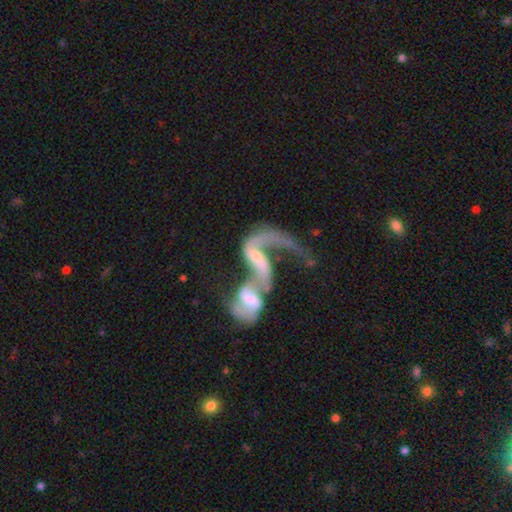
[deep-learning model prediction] Morphology: type=featured or disk (75%); edge-on=no (95%); bar=no (42%); spiral arms=yes (77%); winding=loose (83%); arm count=2 (46%); bulge=small (36%, tied with moderate); merging=merger (77%).